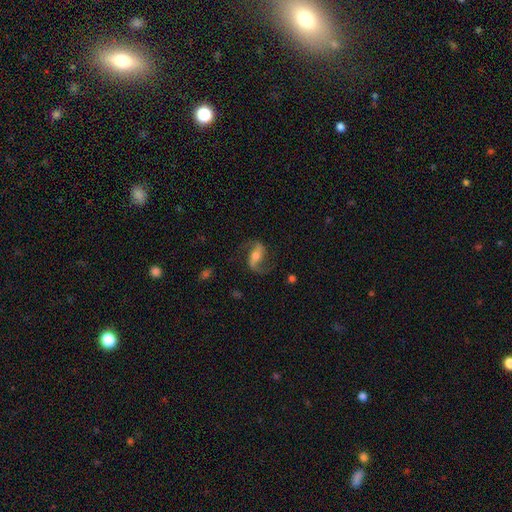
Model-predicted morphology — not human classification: Smooth or featured? Predicted: featured or disk (p=0.82). Edge-on disk? Predicted: no (p=0.94). Bar? Predicted: strong (p=0.45). Spiral arms? Predicted: yes (p=0.95). Spiral winding? Predicted: loose (p=0.64). Spiral arm count? Predicted: 2 (p=0.92). Bulge size? Predicted: moderate (p=0.55). Merging? Predicted: none (p=0.75).